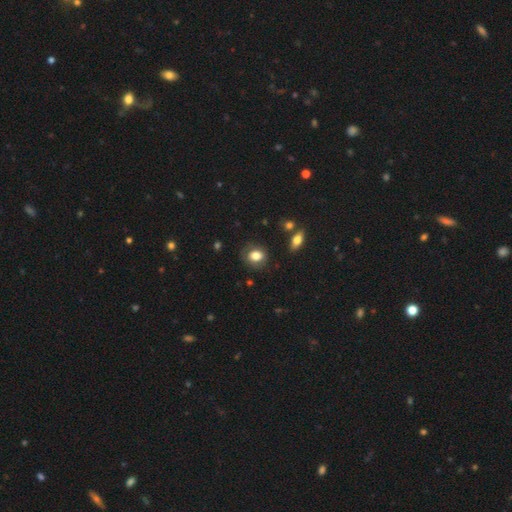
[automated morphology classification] Smooth or featured? Predicted: smooth (p=0.78). How rounded? Predicted: round (p=0.55). Merging? Predicted: none (p=0.78).